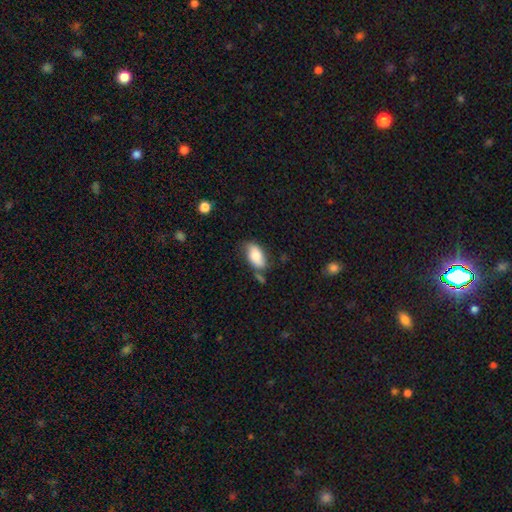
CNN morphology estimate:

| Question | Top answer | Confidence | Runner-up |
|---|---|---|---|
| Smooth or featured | smooth | 74% | featured or disk (19%) |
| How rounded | in between | 92% | round (4%) |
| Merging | none | 57% | minor disturbance (25%) |